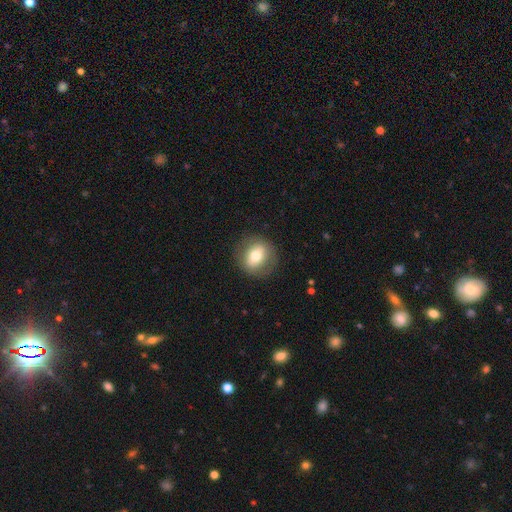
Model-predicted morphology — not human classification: A smooth galaxy with no disk features (63%) that is round (75%).

Vote fractions:
- Smooth or featured? smooth: 63% / featured or disk: 29% / star or artifact: 9%
- How rounded? round: 75% / in between: 24% / cigar-shaped: 1%
- Merging? none: 83% / minor disturbance: 11% / major disturbance: 5% / merger: 1%